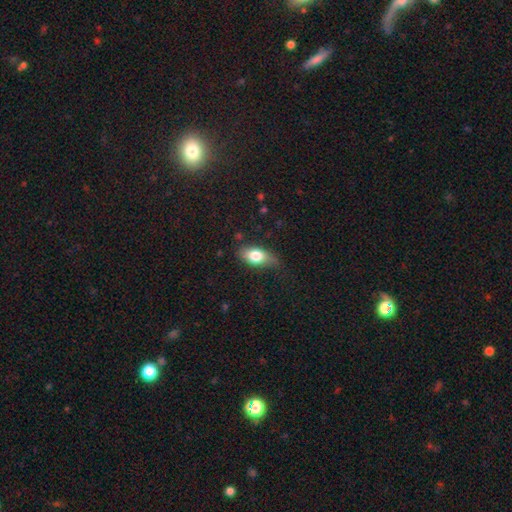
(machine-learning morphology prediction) smooth 76%, featured or disk 17%, star or artifact 7%. Down the decision tree: how rounded — in between (86%); merging — none (65%).